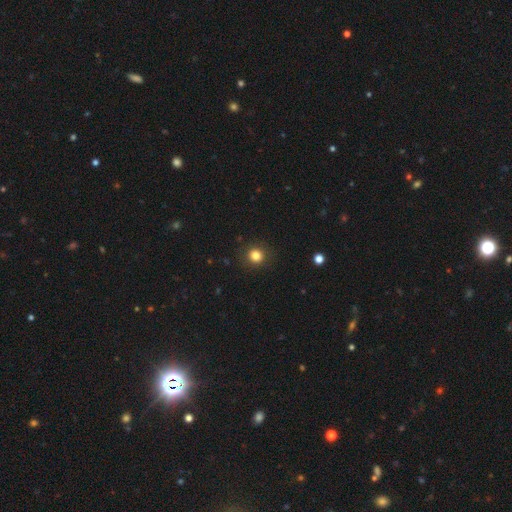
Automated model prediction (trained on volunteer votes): The model was most divided on "smooth or featured": smooth: 83%, star or artifact: 12%, featured or disk: 5%. More confident: merging — none (90%); how rounded — round (88%).